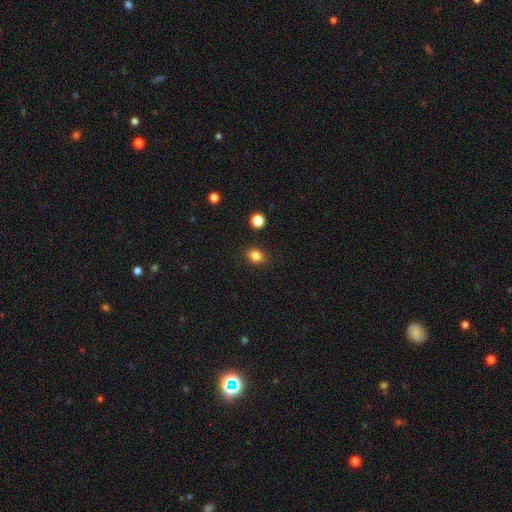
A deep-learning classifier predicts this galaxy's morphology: A smooth galaxy with no disk features (83%) that is in between round and cigar-shaped (55%). Merging: none (88%).